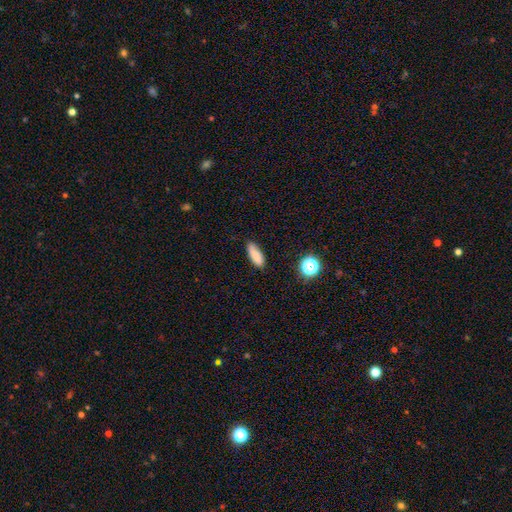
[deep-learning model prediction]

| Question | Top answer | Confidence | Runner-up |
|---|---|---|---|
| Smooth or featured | smooth | 82% | star or artifact (10%) |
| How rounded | in between | 65% | cigar-shaped (32%) |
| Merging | none | 76% | minor disturbance (19%) |